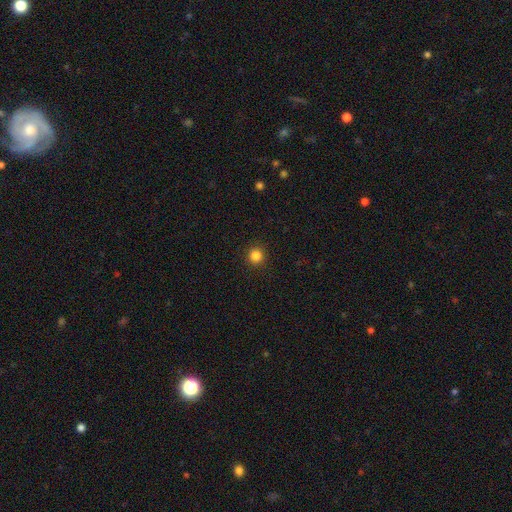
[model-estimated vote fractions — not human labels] smooth_or_featured: smooth (p=0.84) [alt: star or artifact p=0.12]
how_rounded: round (p=0.95) [alt: in between p=0.04]
merging: none (p=0.93) [alt: minor disturbance p=0.05]